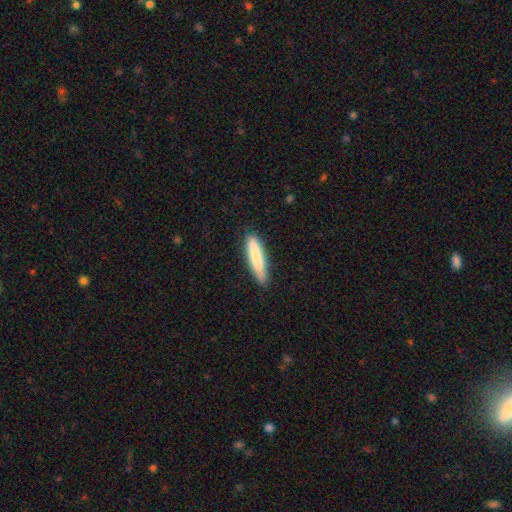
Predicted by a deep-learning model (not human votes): This appears to be a smooth galaxy with no disk features (78%) that is cigar-shaped (83%). Merging: none (80%).